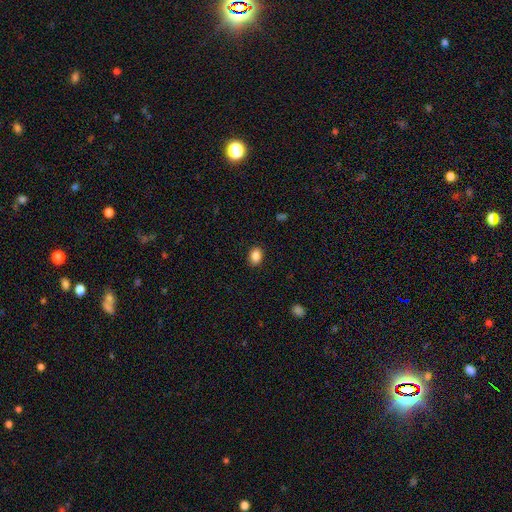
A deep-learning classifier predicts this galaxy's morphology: A smooth galaxy with no disk features (87%) that is in between round and cigar-shaped (78%). Merging: none (89%).